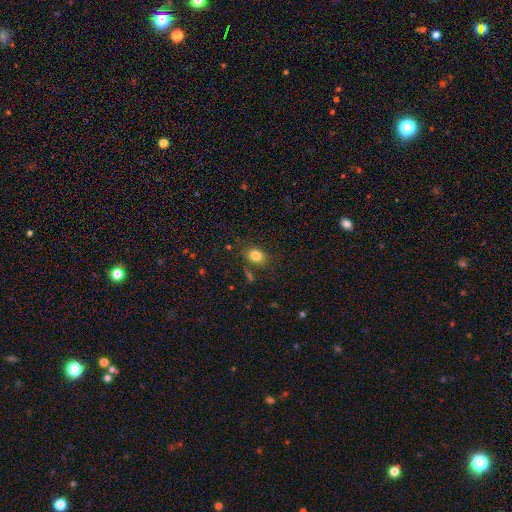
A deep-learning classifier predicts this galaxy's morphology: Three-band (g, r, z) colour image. It shows a smooth galaxy with no disk features (82%) that is in between round and cigar-shaped (58%). Merging: none (77%).